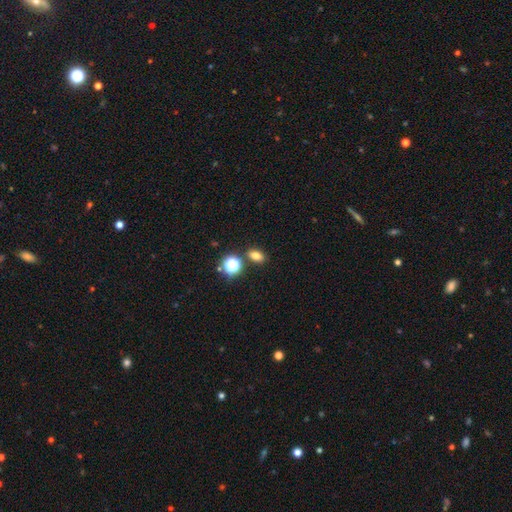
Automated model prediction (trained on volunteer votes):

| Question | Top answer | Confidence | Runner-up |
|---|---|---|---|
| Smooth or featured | smooth | 75% | star or artifact (17%) |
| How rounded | in between | 73% | round (24%) |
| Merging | none | 80% | minor disturbance (9%) |